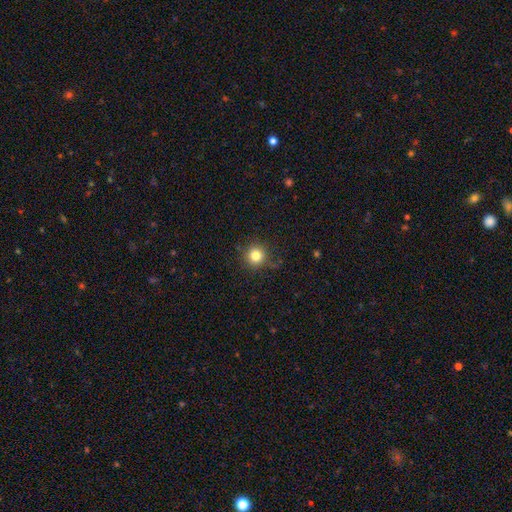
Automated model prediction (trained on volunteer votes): Overall: smooth (82%). How rounded: round (94%). Merging: none (85%).